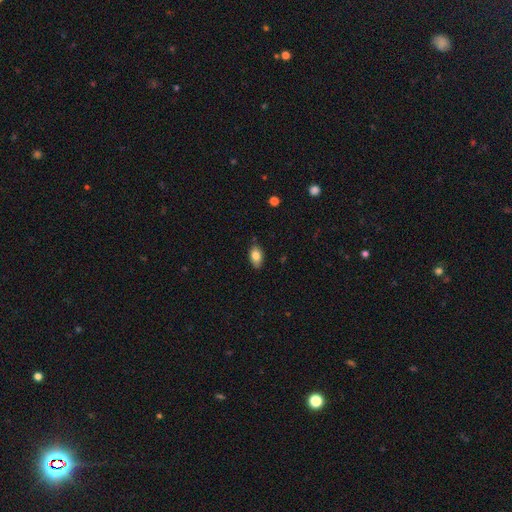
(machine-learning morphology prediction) Smooth or featured: smooth — 82% (featured or disk — 10%)
How rounded: in between — 91% (round — 7%)
Merging: none — 83% (minor disturbance — 14%)